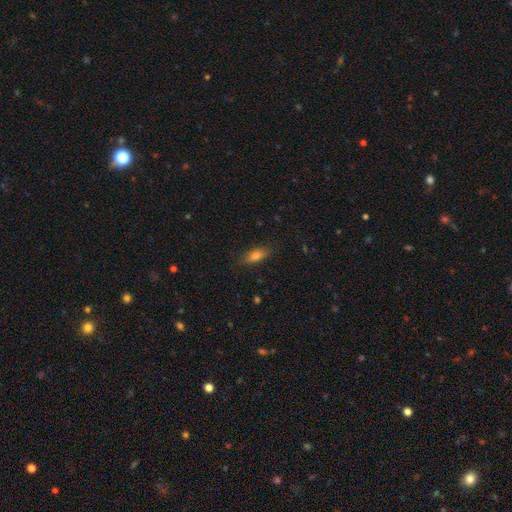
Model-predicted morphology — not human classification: This is likely a smooth galaxy (74%). How rounded: likely in between (68%). Merging: clearly none (83%).